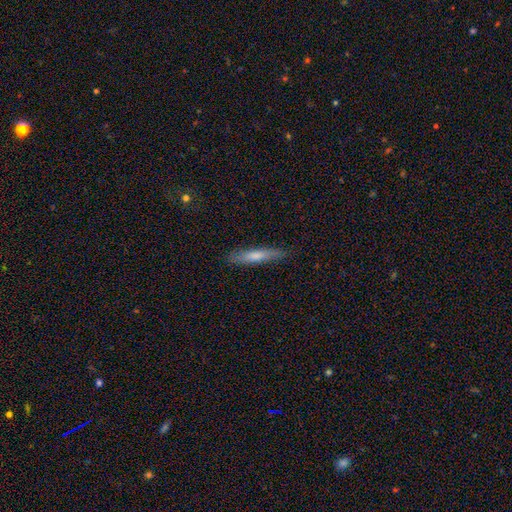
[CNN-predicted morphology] This appears to be a smooth galaxy with no disk features (66%) that is cigar-shaped (90%). Merging: none (84%).